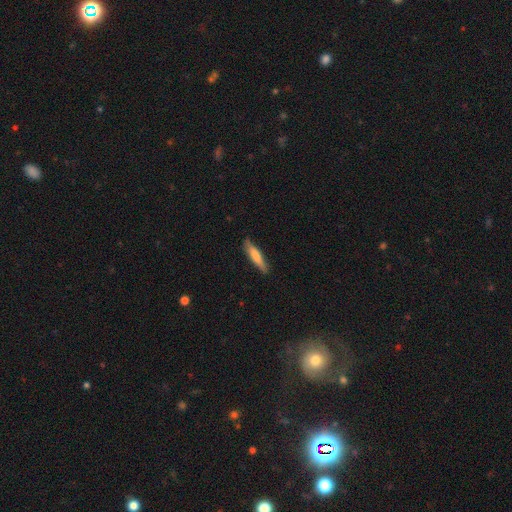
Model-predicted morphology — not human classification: smooth 70%, featured or disk 24%, star or artifact 5%. Down the decision tree: how rounded — cigar-shaped (85%); merging — none (84%).